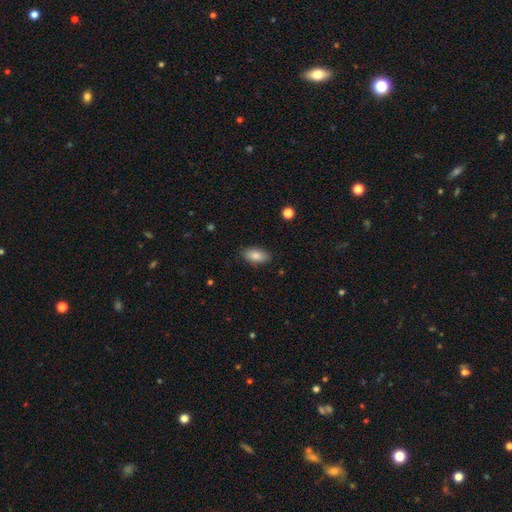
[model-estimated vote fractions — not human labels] A smooth galaxy with no disk features (84%) that is in between round and cigar-shaped (90%).

Vote fractions:
- Smooth or featured? smooth: 84% / featured or disk: 9% / star or artifact: 7%
- How rounded? in between: 90% / cigar-shaped: 6% / round: 4%
- Merging? none: 86% / minor disturbance: 11% / major disturbance: 2% / merger: 1%